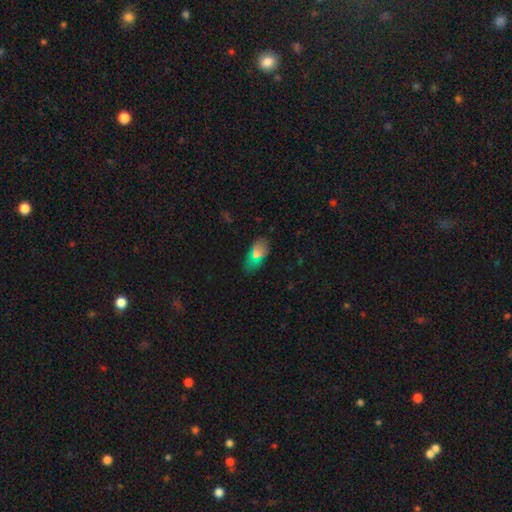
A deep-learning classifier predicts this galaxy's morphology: This is likely a smooth galaxy (65%). How rounded: clearly in between (90%). Merging: clearly none (82%).